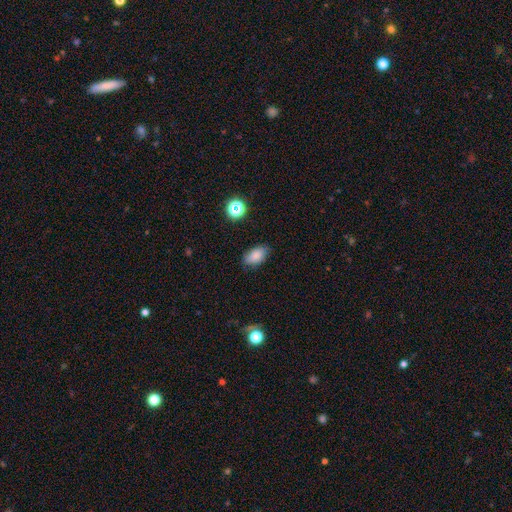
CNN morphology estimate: Smooth or featured? Predicted: smooth (p=0.83). How rounded? Predicted: in between (p=0.91). Merging? Predicted: none (p=0.80).